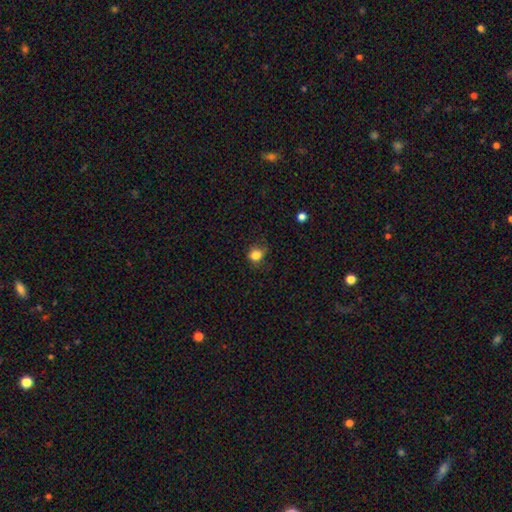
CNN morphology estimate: Smooth or featured? Predicted: smooth (p=0.83). How rounded? Predicted: round (p=0.69). Merging? Predicted: none (p=0.65).